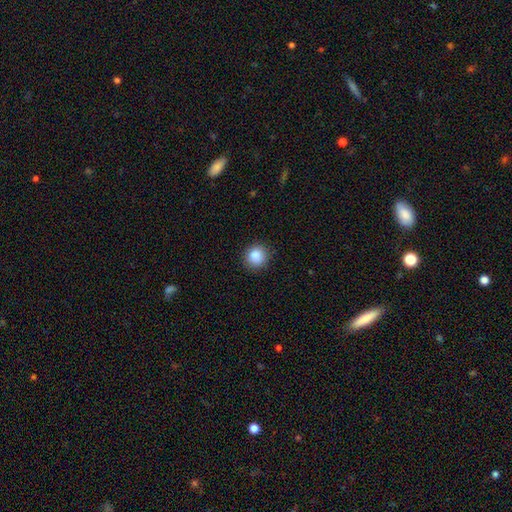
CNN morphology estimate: A smooth galaxy with no disk features (87%) that is round (90%).

Vote fractions:
- Smooth or featured? smooth: 87% / star or artifact: 9% / featured or disk: 4%
- How rounded? round: 90% / in between: 9% / cigar-shaped: 1%
- Merging? none: 89% / minor disturbance: 8% / major disturbance: 2% / merger: 1%